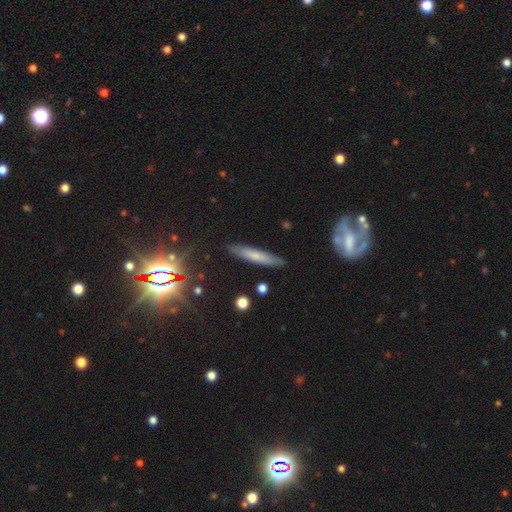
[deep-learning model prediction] This appears to be a smooth galaxy with no disk features (63%) that is cigar-shaped (89%). Merging: none (87%).